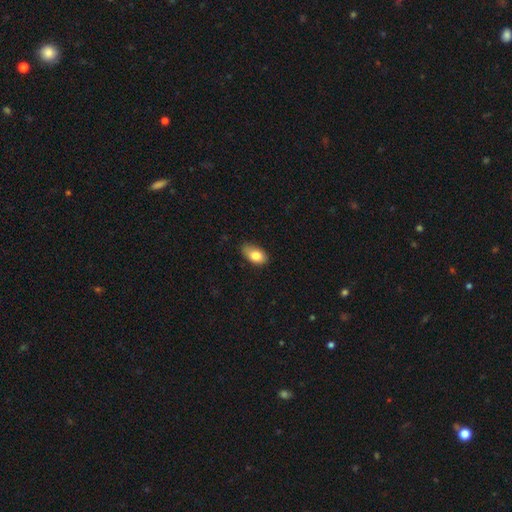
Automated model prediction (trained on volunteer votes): Overall: smooth (81%). How rounded: in between (90%). Merging: none (67%; minor disturbance 27%).